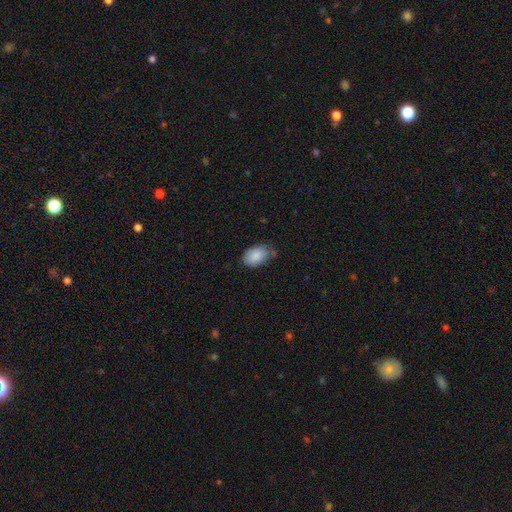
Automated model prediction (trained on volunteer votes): Morphology: type=smooth (88%); roundness=in between (89%); merging=none (66%).